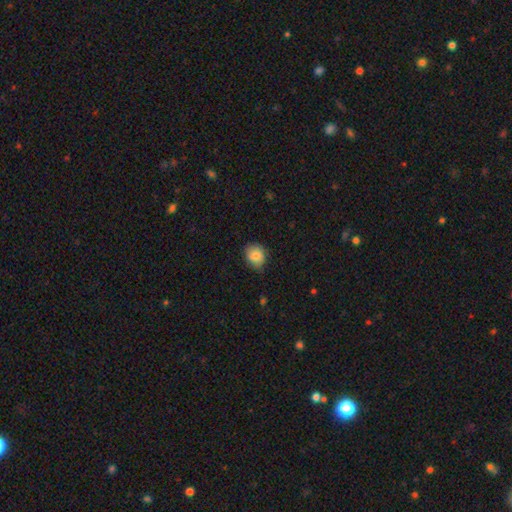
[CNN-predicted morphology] type=smooth (83%); roundness=round (70%); merging=none (71%).